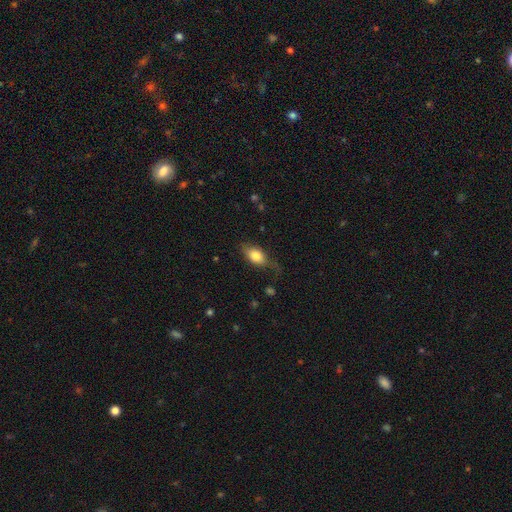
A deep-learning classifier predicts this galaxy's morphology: This appears to be a smooth galaxy with no disk features (77%) that is in between round and cigar-shaped (85%). Merging: none (56%).